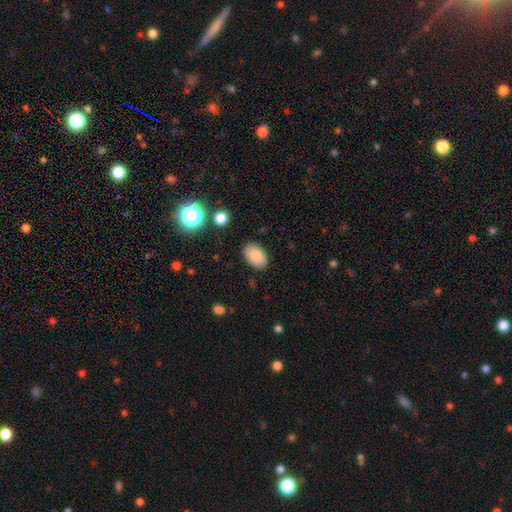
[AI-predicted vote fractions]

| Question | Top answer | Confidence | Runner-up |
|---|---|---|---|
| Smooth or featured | smooth | 86% | star or artifact (8%) |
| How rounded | in between | 90% | round (9%) |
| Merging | none | 87% | minor disturbance (9%) |